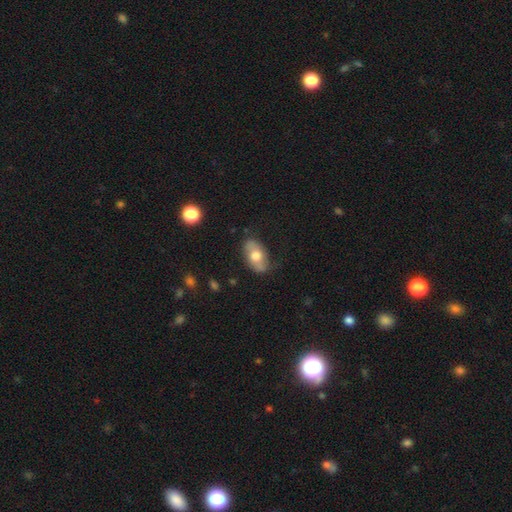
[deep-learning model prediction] The model was most divided on "smooth or featured": smooth: 58%, featured or disk: 35%, star or artifact: 7%. More confident: how rounded — in between (90%); merging — none (72%).